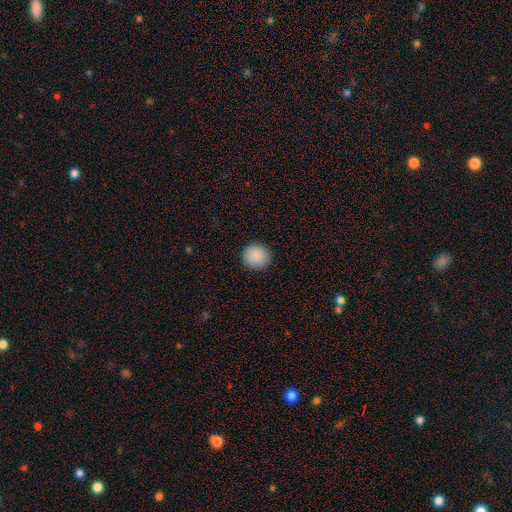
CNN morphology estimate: This appears to be a smooth galaxy with no disk features (90%) that is round (91%). Merging: none (90%).